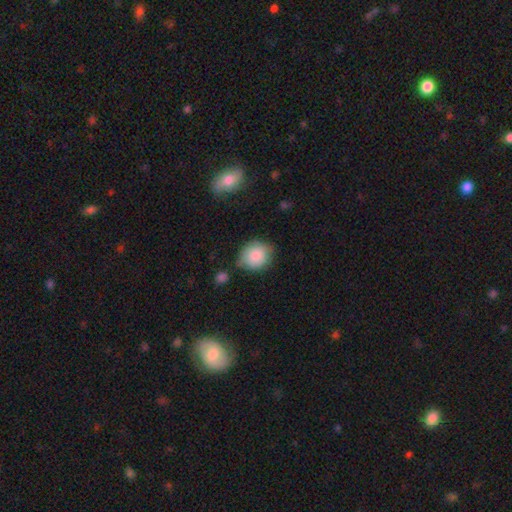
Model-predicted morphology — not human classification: Smooth or featured? Predicted: smooth (p=0.86). How rounded? Predicted: round (p=0.74). Merging? Predicted: none (p=0.61).